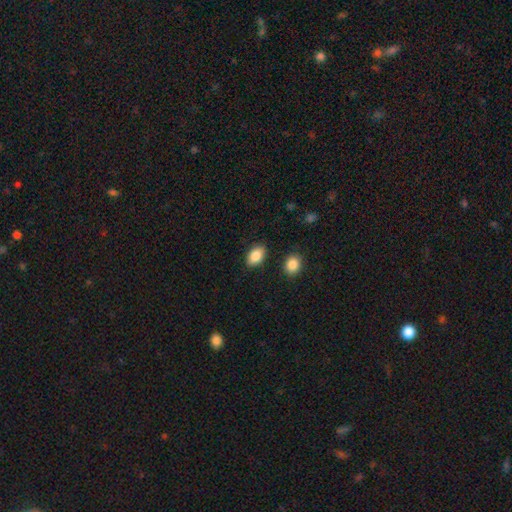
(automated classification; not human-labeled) The model was most divided on "merging": none: 86%, minor disturbance: 9%, merger: 3%, major disturbance: 2%. More confident: how rounded — in between (90%); smooth or featured — smooth (88%).